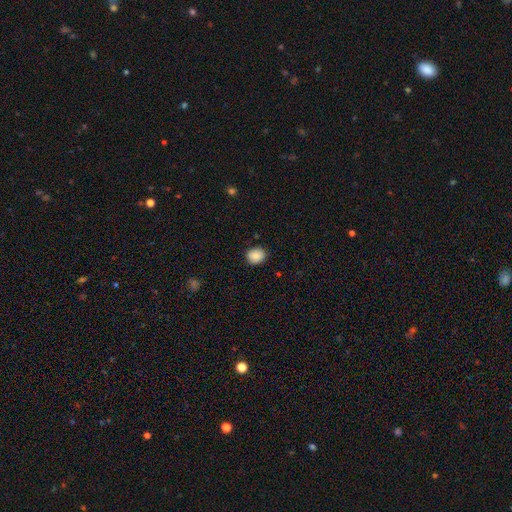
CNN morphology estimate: Overall: smooth (87%). How rounded: round (64%; in between 35%). Merging: none (84%).